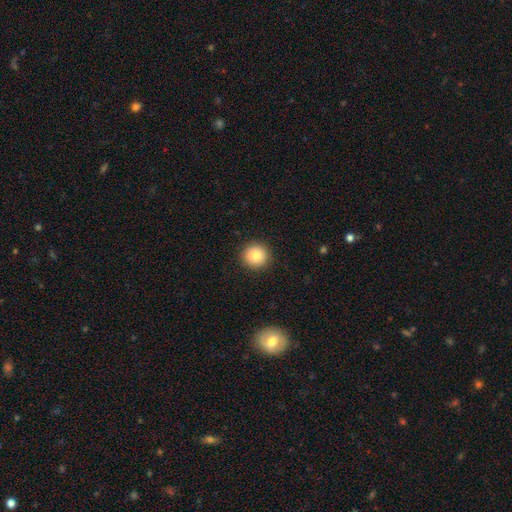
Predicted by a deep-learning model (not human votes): Overall: smooth (84%). How rounded: round (94%). Merging: none (92%).